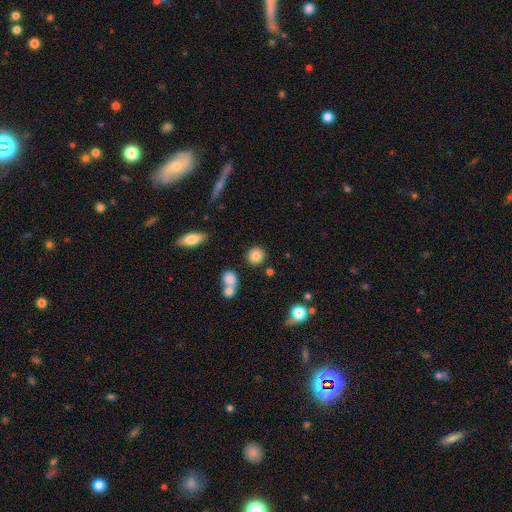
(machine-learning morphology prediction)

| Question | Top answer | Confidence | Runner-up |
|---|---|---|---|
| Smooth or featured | smooth | 84% | star or artifact (10%) |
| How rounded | round | 89% | in between (10%) |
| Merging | none | 84% | minor disturbance (8%) |